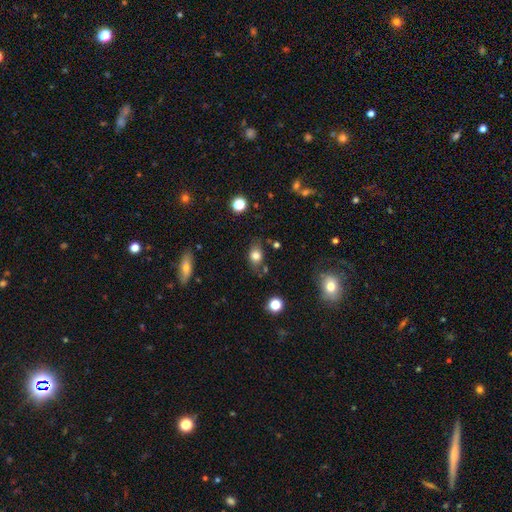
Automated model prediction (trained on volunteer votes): A smooth galaxy with no disk features (77%) that is in between round and cigar-shaped (69%). Merging: none (69%).